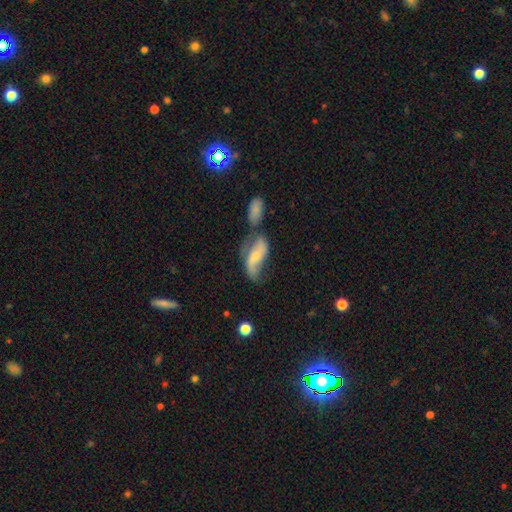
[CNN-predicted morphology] A featured or disk galaxy (57%) with no bar (53%), spiral arms (76%) and a small central bulge (52%). Merging: merger (38%).